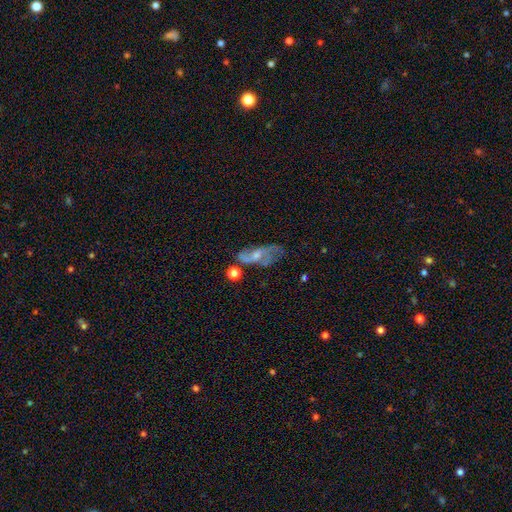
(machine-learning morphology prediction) smooth_or_featured: featured or disk (p=0.65) [alt: smooth p=0.25]
disk_edge_on: no (p=0.91) [alt: yes p=0.09]
bar: no (p=0.54) [alt: weak p=0.37]
has_spiral_arms: yes (p=0.79) [alt: no p=0.21]
bulge_size: small (p=0.44) [alt: moderate p=0.37]
merging: none (p=0.41) [alt: major disturbance p=0.25]